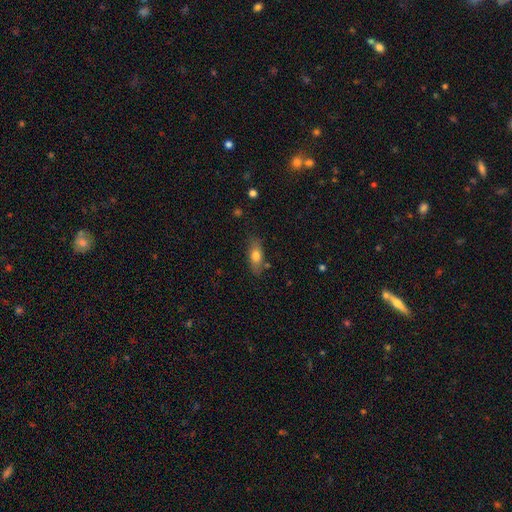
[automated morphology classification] This is likely a smooth galaxy (71%). How rounded: likely in between (76%). Merging: likely none (76%).